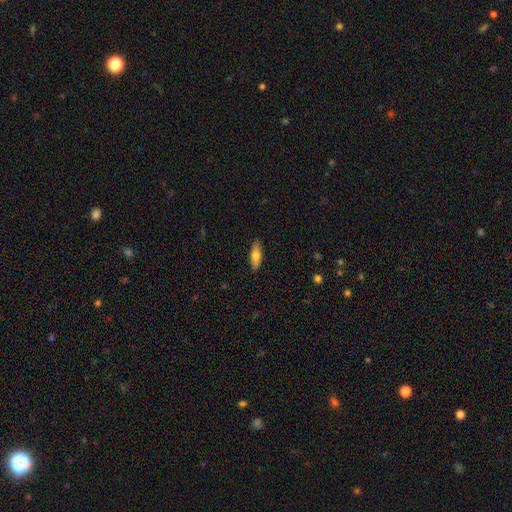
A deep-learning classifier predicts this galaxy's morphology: Smooth or featured? Predicted: smooth (p=0.71). How rounded? Predicted: in between (p=0.53). Merging? Predicted: none (p=0.89).